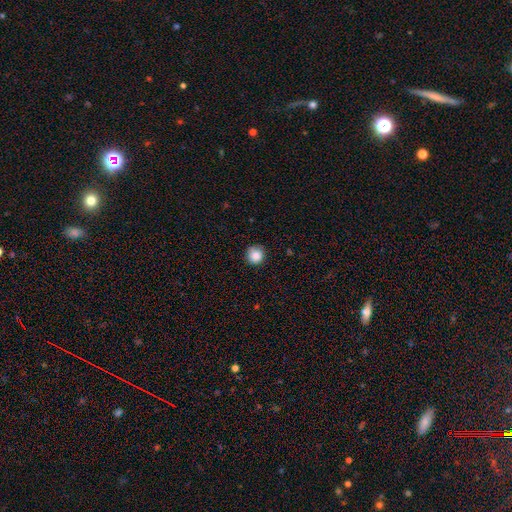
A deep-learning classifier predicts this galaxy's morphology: Overall: smooth (86%). How rounded: round (93%). Merging: none (82%).